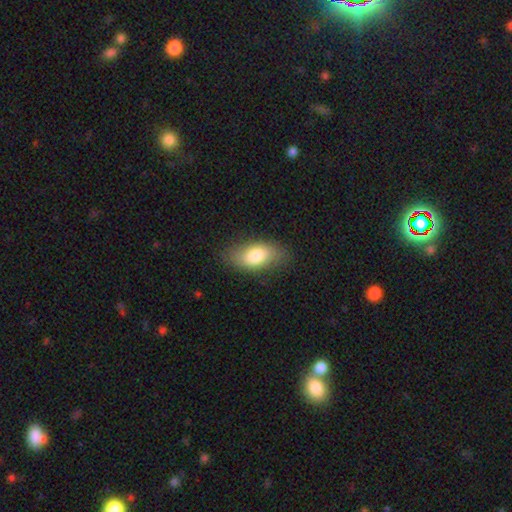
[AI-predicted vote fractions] Smooth or featured: smooth — 79% (featured or disk — 14%)
How rounded: in between — 91% (cigar-shaped — 5%)
Merging: none — 80% (minor disturbance — 15%)